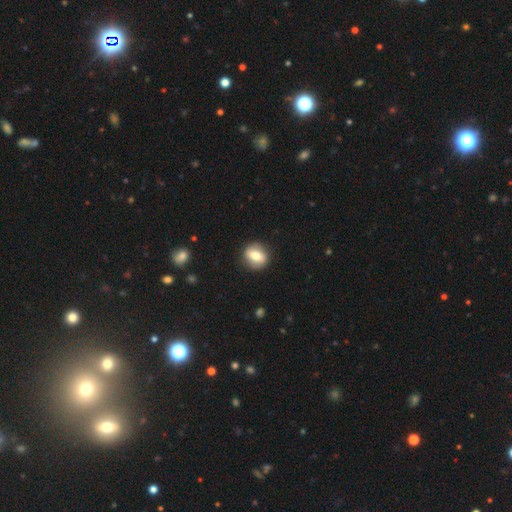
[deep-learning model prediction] The model was most divided on "how rounded": round: 65%, in between: 33%, cigar-shaped: 2%. More confident: merging — none (86%); smooth or featured — smooth (69%).